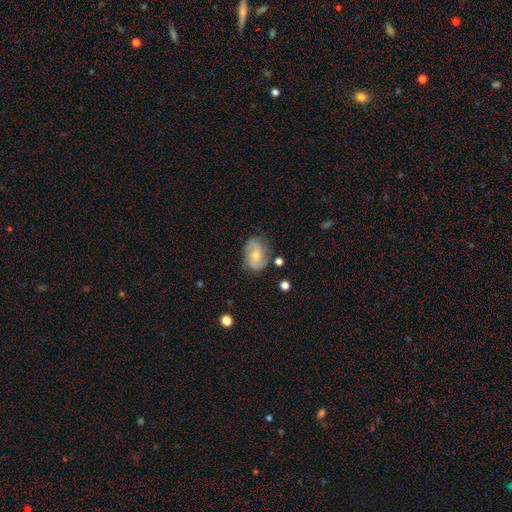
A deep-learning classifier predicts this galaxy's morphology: Smooth or featured? featured or disk (54%)
Edge-on disk? no (96%)
Bar? no (65%)
Spiral arms? yes (85%)
Bulge size? moderate (52%)
Merging? none (68%)